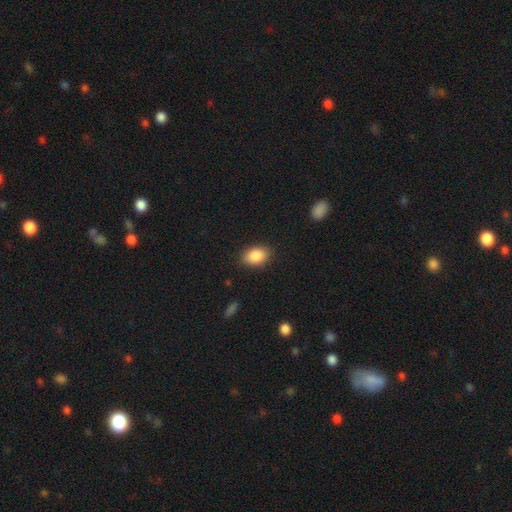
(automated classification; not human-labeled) smooth_or_featured: smooth (p=0.87) [alt: star or artifact p=0.07]
how_rounded: in between (p=0.85) [alt: round p=0.13]
merging: none (p=0.86) [alt: minor disturbance p=0.10]